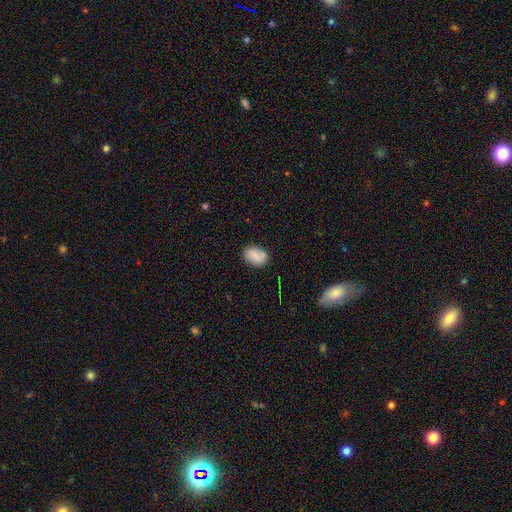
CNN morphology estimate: Smooth or featured: smooth — 71% (featured or disk — 20%)
How rounded: in between — 72% (round — 26%)
Merging: none — 78% (minor disturbance — 15%)